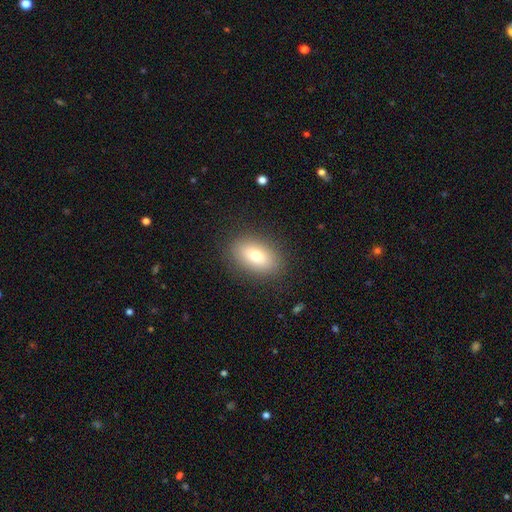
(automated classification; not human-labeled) Smooth or featured: smooth — 76% (featured or disk — 15%)
How rounded: in between — 87% (round — 10%)
Merging: none — 88% (minor disturbance — 8%)